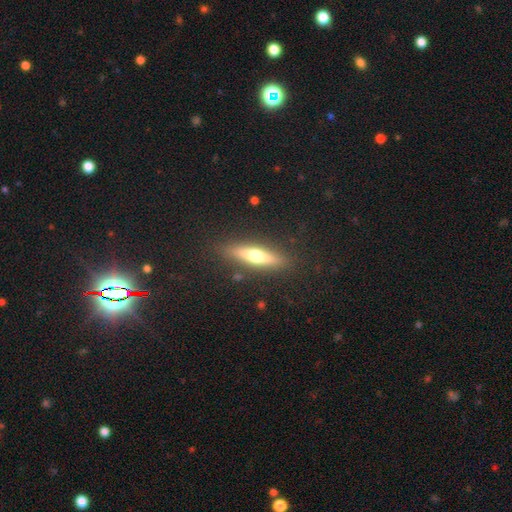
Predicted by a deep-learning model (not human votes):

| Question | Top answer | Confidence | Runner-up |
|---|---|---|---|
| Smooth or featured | featured or disk | 48% | smooth (45%) |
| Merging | none | 87% | minor disturbance (9%) |